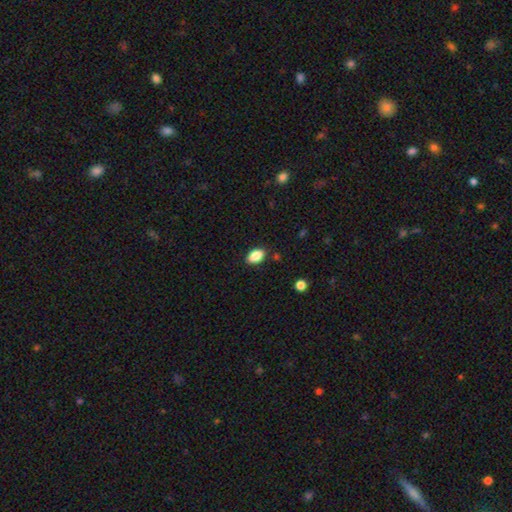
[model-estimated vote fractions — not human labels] Smooth or featured?
  - smooth: 87% *
  - star or artifact: 8%
  - featured or disk: 5%
How rounded?
  - in between: 89% *
  - round: 9%
  - cigar-shaped: 2%
Merging?
  - none: 85% *
  - minor disturbance: 11%
  - major disturbance: 2%
  - merger: 2%